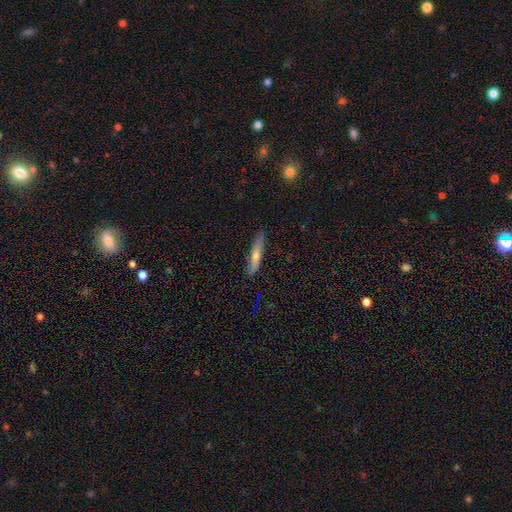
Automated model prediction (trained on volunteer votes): A smooth galaxy with no disk features (52%) that is cigar-shaped (88%).

Vote fractions:
- Smooth or featured? smooth: 52% / featured or disk: 40% / star or artifact: 8%
- How rounded? cigar-shaped: 88% / in between: 10% / round: 2%
- Merging? none: 86% / minor disturbance: 11% / major disturbance: 2% / merger: 1%